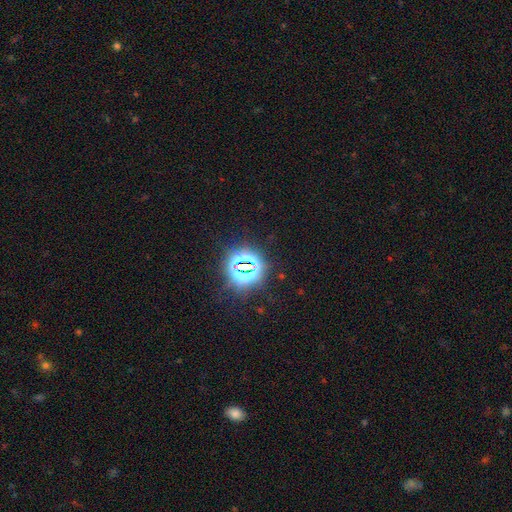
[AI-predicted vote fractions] Smooth or featured? Predicted: star or artifact (p=0.82).